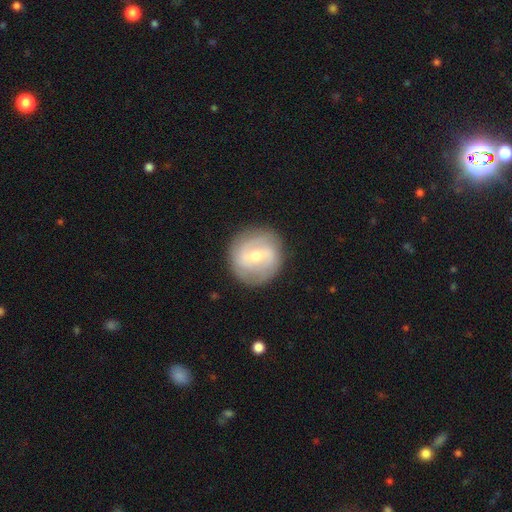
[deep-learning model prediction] Overall: featured or disk (68%). Edge-on disk: no (97%). Bar: weak (51%; strong 29%). Spiral arms: yes (75%). Bulge size: moderate (55%; small 41%). Merging: none (85%).